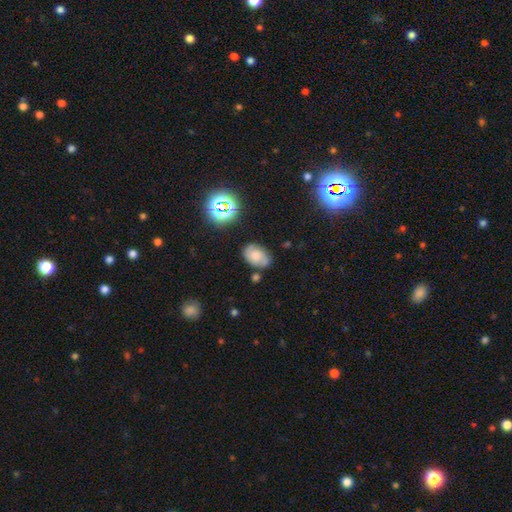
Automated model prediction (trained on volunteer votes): Q: Smooth or featured?
A: smooth (63%); runner-up: featured or disk (23%)
Q: How rounded?
A: in between (85%); runner-up: round (14%)
Q: Merging?
A: none (70%); runner-up: minor disturbance (19%)